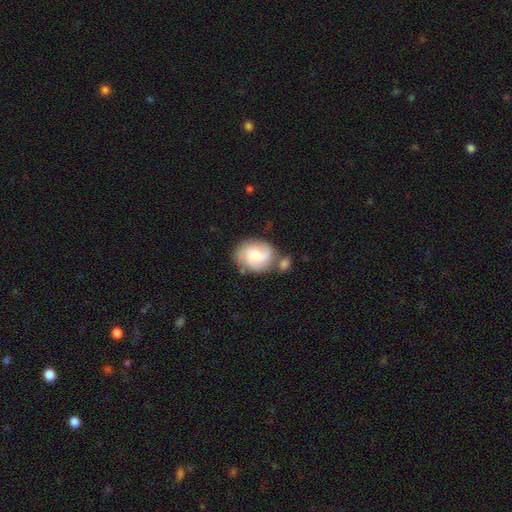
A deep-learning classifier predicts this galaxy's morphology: This appears to be a featured or disk galaxy (60%) with no bar (64%), 2 (34%) medium (42%) spiral arms (91%) and a moderate central bulge (48%). Merging: none (58%).